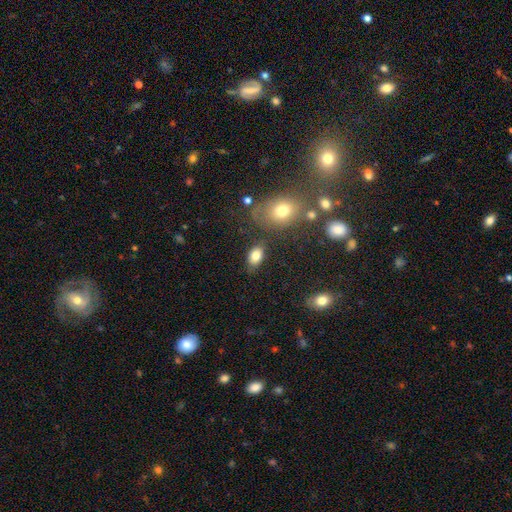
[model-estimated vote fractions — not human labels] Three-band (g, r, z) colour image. It shows a smooth galaxy with no disk features (83%) that is in between round and cigar-shaped (86%). Merging: none (77%).